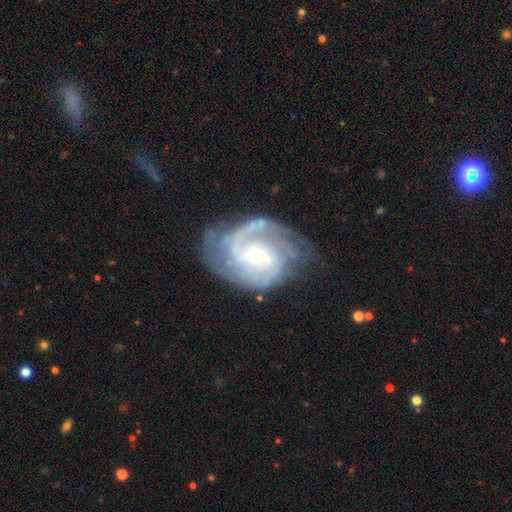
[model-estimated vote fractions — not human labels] Overall: featured or disk (90%). Edge-on disk: no (98%). Bar: no (50%; weak 40%). Spiral arms: yes (97%). Spiral arm count: 2 (50%; can't tell 17%). Spiral winding: tight (48%; medium 41%). Bulge size: small (71%). Merging: none (63%).